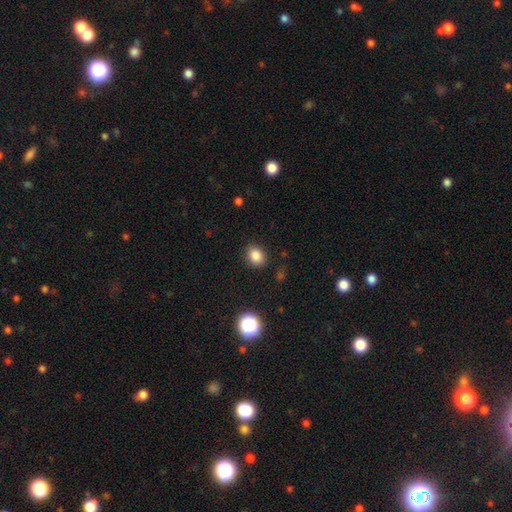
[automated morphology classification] The model was most divided on "how rounded": round: 54%, in between: 45%, cigar-shaped: 1%. More confident: merging — none (87%); smooth or featured — smooth (85%).